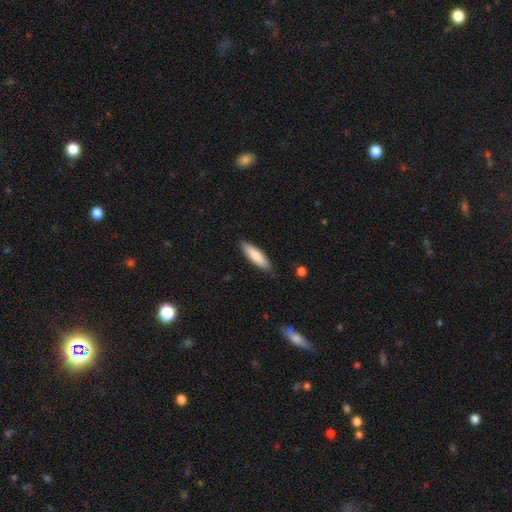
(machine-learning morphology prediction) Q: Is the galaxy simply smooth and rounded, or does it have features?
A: smooth — 85%.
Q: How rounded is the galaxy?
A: cigar-shaped — 60%.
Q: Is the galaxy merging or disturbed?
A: none — 85%.